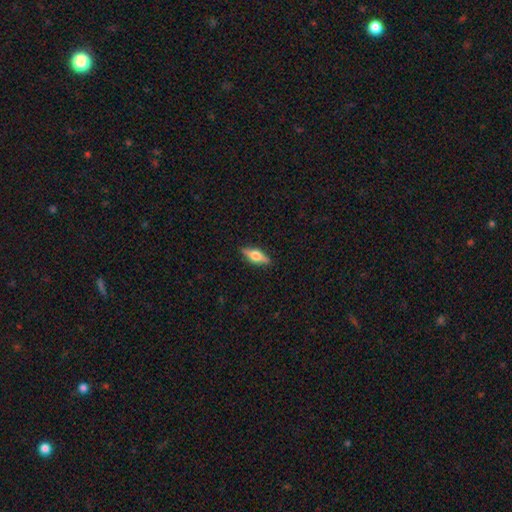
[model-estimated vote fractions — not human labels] Overall: featured or disk (59%; smooth 35%). Edge-on disk: yes (95%). Edge-on bulge: rounded (94%). Merging: none (89%).